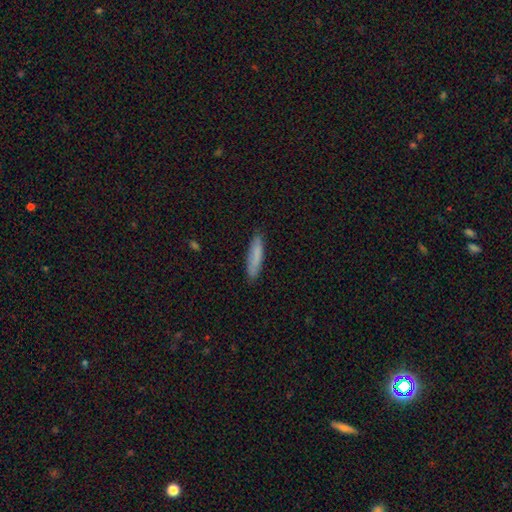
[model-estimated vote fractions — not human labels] smooth_or_featured: smooth (p=0.81) [alt: featured or disk p=0.13]
how_rounded: cigar-shaped (p=0.79) [alt: in between p=0.19]
merging: none (p=0.84) [alt: minor disturbance p=0.12]